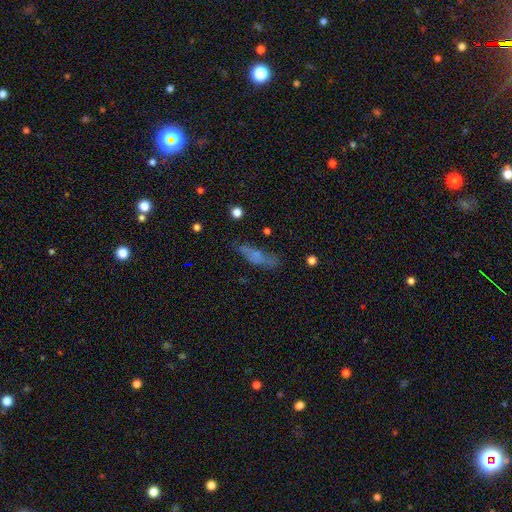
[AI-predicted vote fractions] This is possibly a smooth galaxy (54%). How rounded: possibly cigar-shaped (59%). Merging: possibly none (54%).